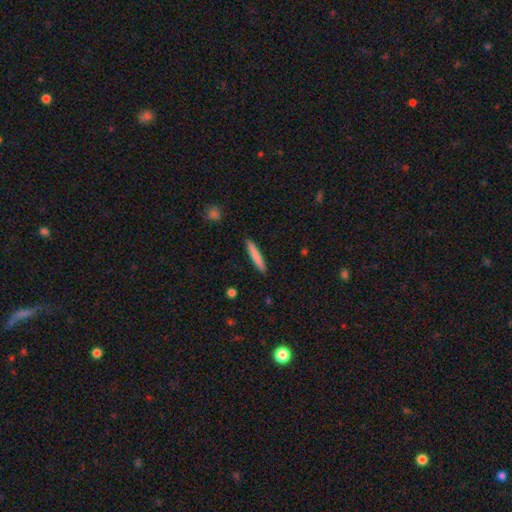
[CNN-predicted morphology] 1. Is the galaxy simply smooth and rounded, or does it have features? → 78% smooth, 16% featured or disk, 6% star or artifact.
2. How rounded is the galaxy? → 94% cigar-shaped, 5% in between, 1% round.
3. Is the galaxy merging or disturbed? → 91% none, 7% minor disturbance, 1% major disturbance, 1% merger.